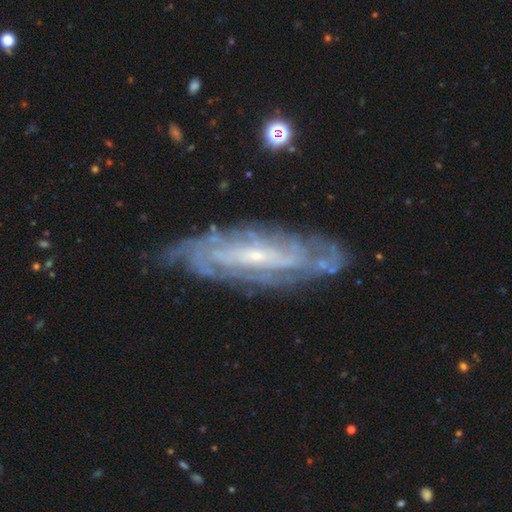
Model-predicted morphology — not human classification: featured or disk 86%, smooth 8%, star or artifact 6%. Down the decision tree: edge-on disk — no (85%); bar — no (41%); spiral arms — yes (95%); spiral arm count — can't tell (40%); spiral winding — tight (71%); bulge size — small (78%); merging — none (77%).